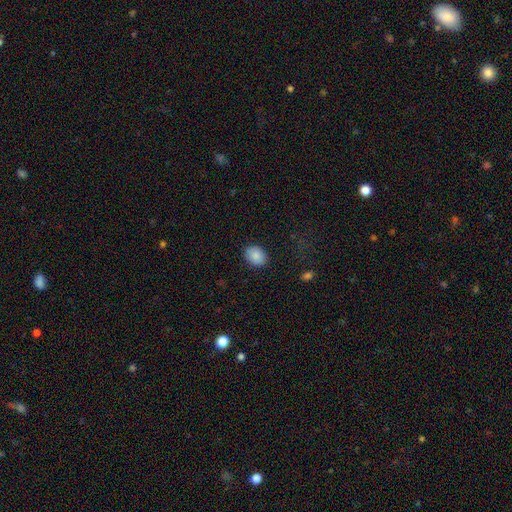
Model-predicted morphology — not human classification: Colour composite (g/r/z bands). It shows a smooth galaxy with no disk features (87%) that is in between round and cigar-shaped (65%). Merging: none (87%).